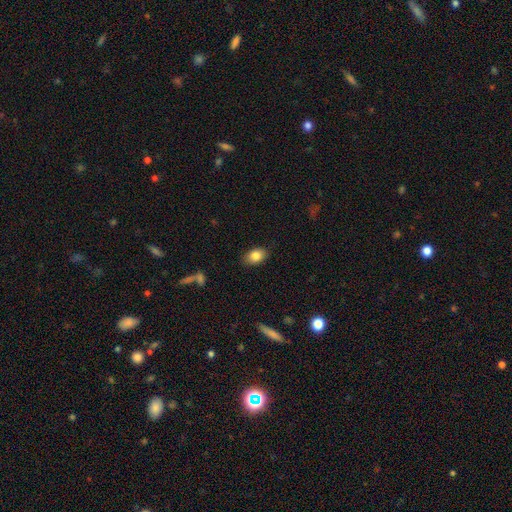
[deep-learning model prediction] Smooth or featured? smooth (84%)
How rounded? in between (85%)
Merging? none (86%)